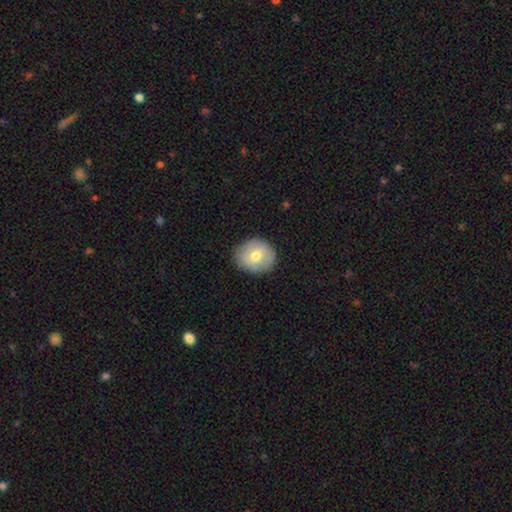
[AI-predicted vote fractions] smooth_or_featured: smooth (p=0.61) [alt: featured or disk p=0.32]
how_rounded: round (p=0.75) [alt: in between p=0.24]
merging: none (p=0.84) [alt: minor disturbance p=0.12]